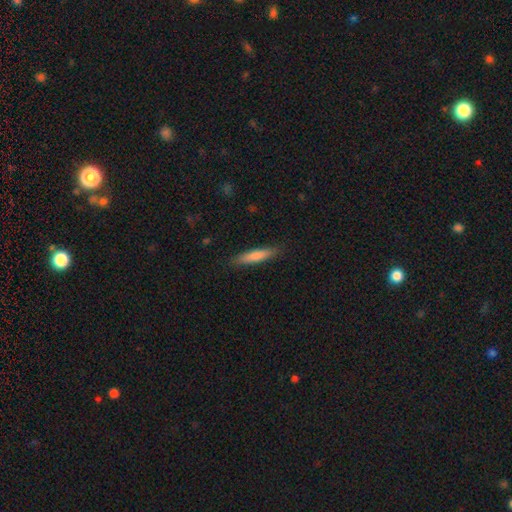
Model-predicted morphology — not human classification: type=smooth (70%); roundness=cigar-shaped (89%); merging=none (89%).